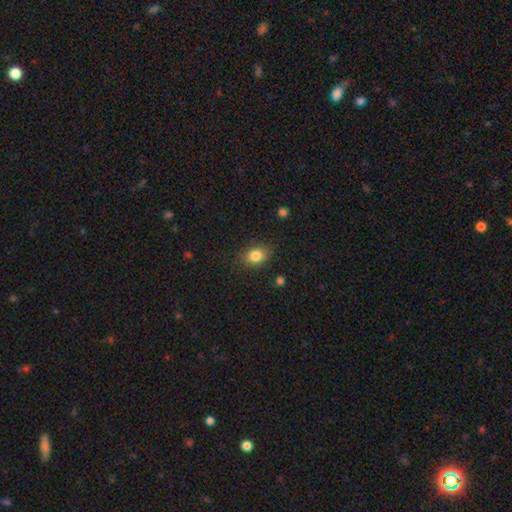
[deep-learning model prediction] smooth_or_featured: smooth (p=0.83) [alt: star or artifact p=0.10]
how_rounded: in between (p=0.66) [alt: round p=0.32]
merging: none (p=0.82) [alt: minor disturbance p=0.13]